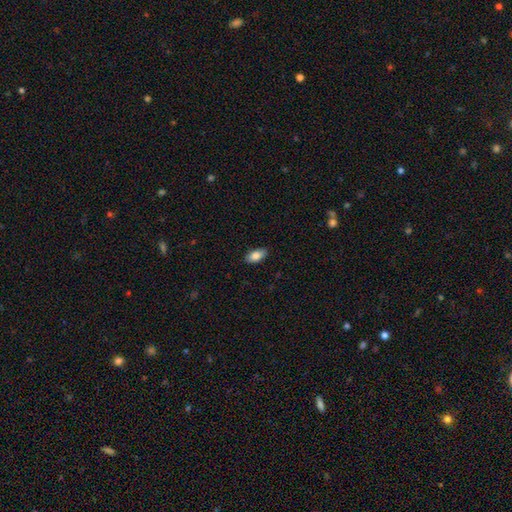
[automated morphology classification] type=smooth (84%); roundness=in between (91%); merging=none (89%).